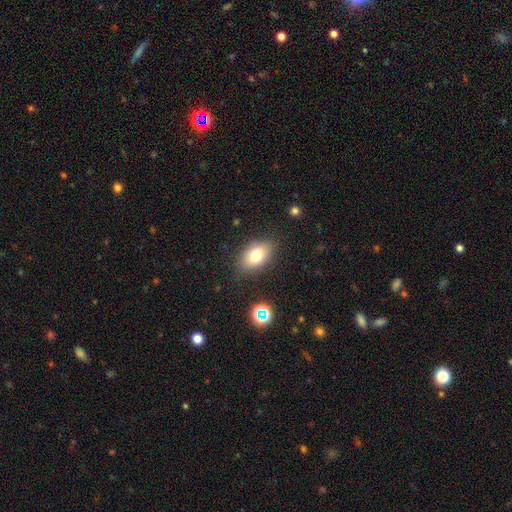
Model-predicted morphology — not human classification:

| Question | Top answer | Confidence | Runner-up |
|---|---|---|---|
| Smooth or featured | smooth | 77% | featured or disk (13%) |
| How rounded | in between | 88% | round (10%) |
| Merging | none | 81% | minor disturbance (13%) |